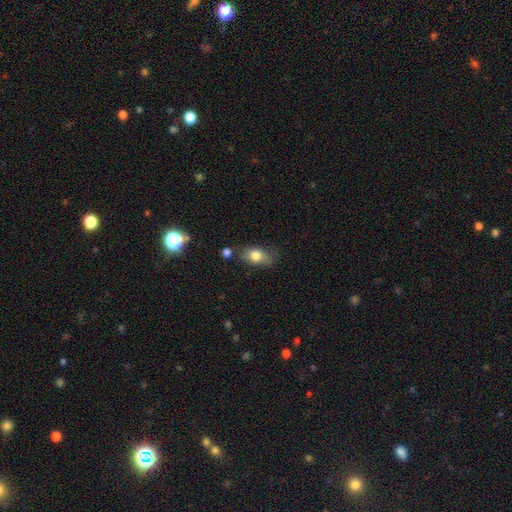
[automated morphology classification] smooth-or-featured: smooth: 76% | featured or disk: 15% | star or artifact: 9%
  how-rounded: in between: 82% | round: 15% | cigar-shaped: 3%
  merging: none: 61% | minor disturbance: 25% | major disturbance: 8% | merger: 6%